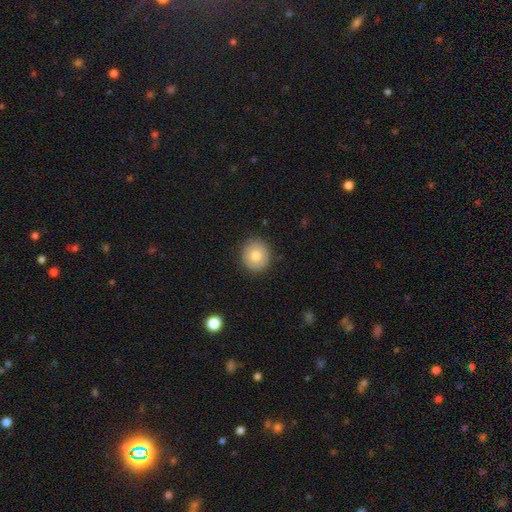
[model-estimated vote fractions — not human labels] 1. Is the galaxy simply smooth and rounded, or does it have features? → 74% smooth, 19% featured or disk, 8% star or artifact.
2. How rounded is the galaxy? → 86% round, 13% in between, 1% cigar-shaped.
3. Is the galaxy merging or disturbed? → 87% none, 9% minor disturbance, 2% major disturbance, 1% merger.